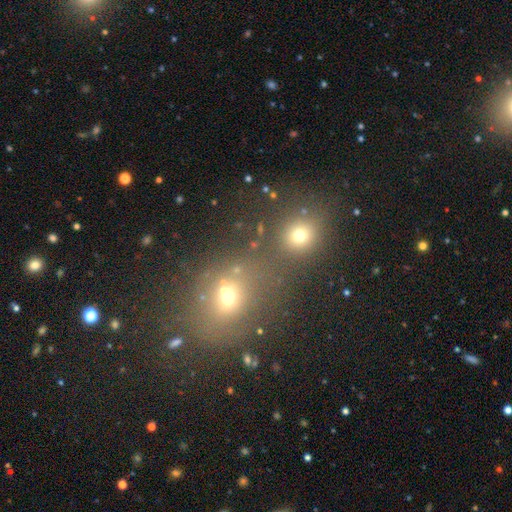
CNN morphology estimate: smooth_or_featured: smooth (p=0.48) [alt: star or artifact p=0.38]
merging: none (p=0.48) [alt: merger p=0.39]